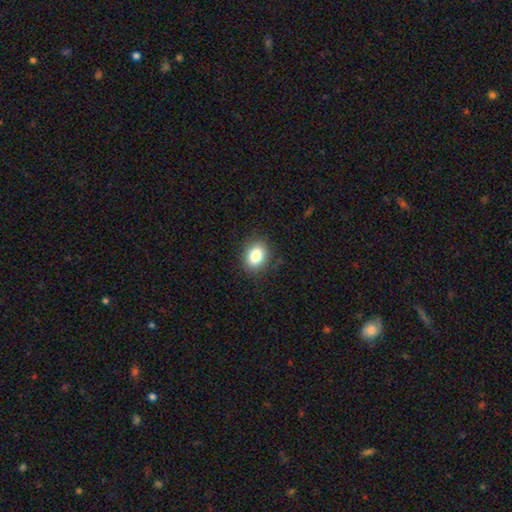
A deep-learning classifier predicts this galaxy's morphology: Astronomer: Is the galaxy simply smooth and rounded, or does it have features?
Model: smooth — 83%.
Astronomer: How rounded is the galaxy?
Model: in between — 61% (runner-up: round, 38%).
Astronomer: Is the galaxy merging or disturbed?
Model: none — 87%.